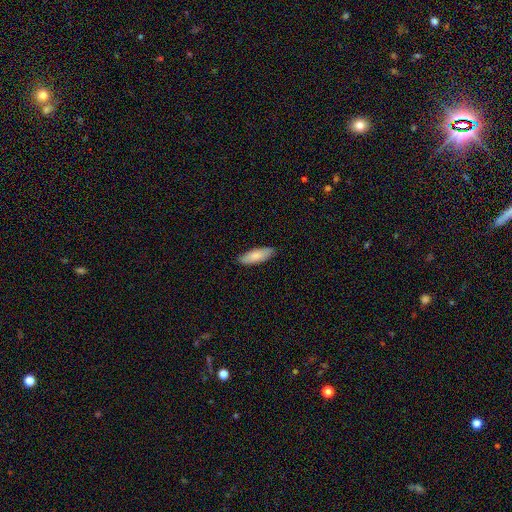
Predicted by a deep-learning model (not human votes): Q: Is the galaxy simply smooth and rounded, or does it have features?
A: smooth — 84%.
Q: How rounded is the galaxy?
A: in between — 65%.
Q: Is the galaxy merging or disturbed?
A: none — 87%.